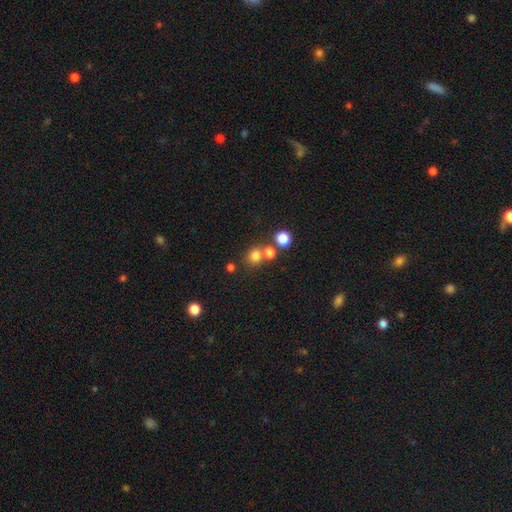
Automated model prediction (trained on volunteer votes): smooth-or-featured: smooth: 76% | star or artifact: 17% | featured or disk: 8%
  how-rounded: round: 82% | in between: 17% | cigar-shaped: 1%
  merging: none: 60% | merger: 28% | minor disturbance: 8% | major disturbance: 4%